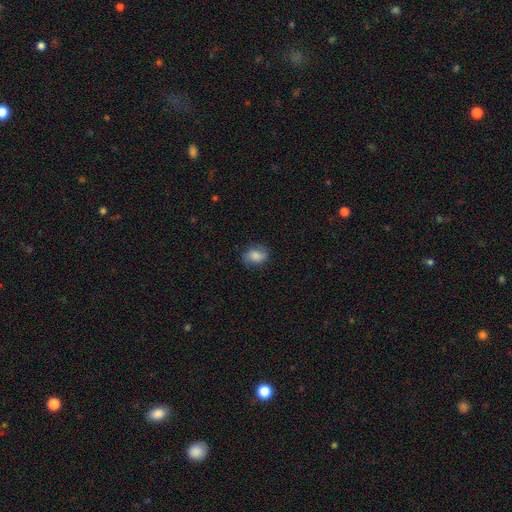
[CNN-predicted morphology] smooth_or_featured: smooth (p=0.65) [alt: featured or disk p=0.26]
how_rounded: in between (p=0.64) [alt: round p=0.35]
merging: none (p=0.74) [alt: minor disturbance p=0.19]